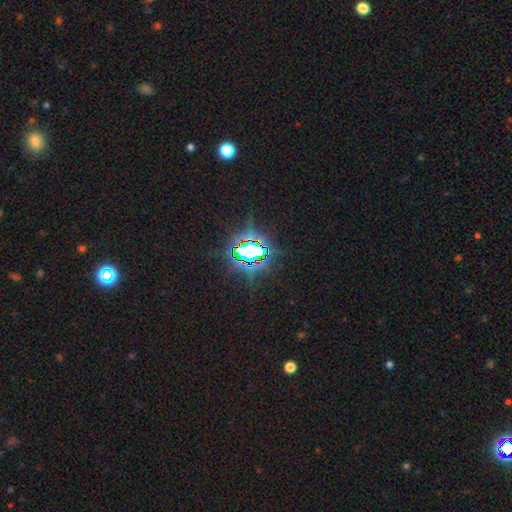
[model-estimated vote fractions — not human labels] This appears to be a star or artifact, not a galaxy (82%).